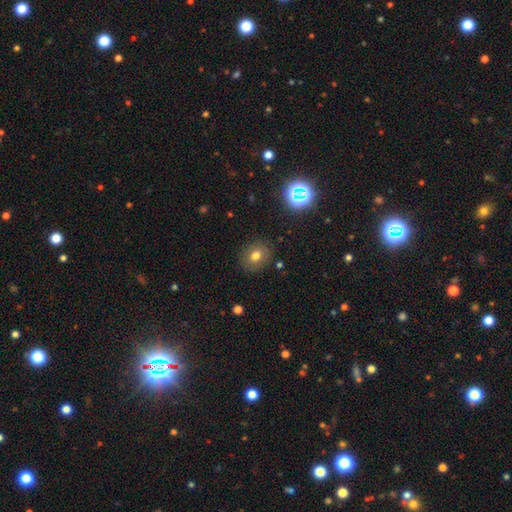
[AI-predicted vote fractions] Smooth or featured? smooth (71%)
How rounded? round (71%)
Merging? none (86%)